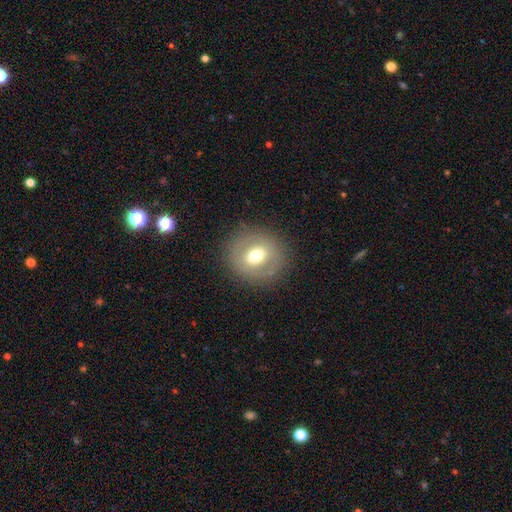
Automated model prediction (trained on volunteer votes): Morphology: type=smooth (54%); roundness=round (82%); merging=none (84%).